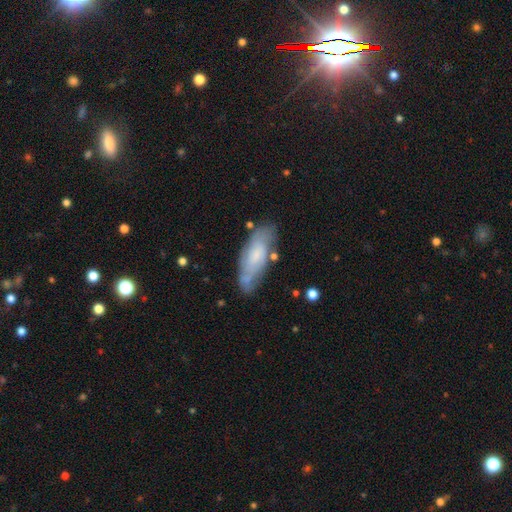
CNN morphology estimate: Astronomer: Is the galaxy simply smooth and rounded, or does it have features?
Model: smooth — 52% (runner-up: featured or disk, 41%).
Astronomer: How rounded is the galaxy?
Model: in between — 68%.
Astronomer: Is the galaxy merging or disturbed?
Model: none — 65%.